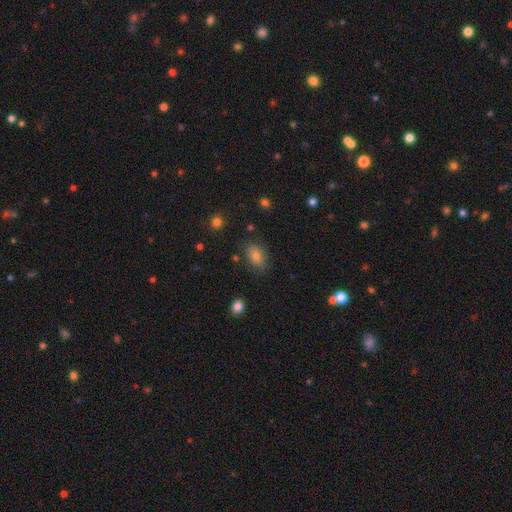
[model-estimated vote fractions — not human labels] Smooth or featured? smooth (74%)
How rounded? in between (84%)
Merging? none (80%)